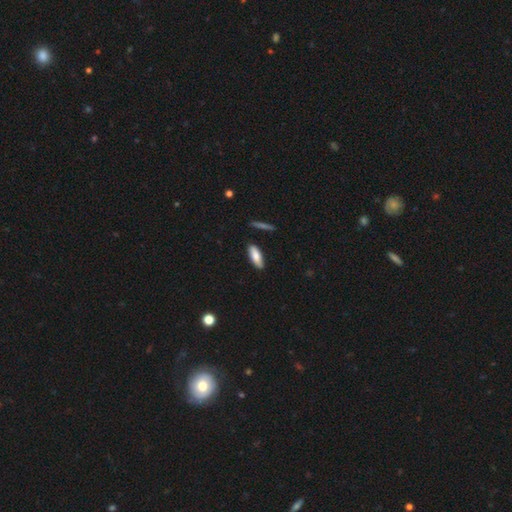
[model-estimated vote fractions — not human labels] smooth_or_featured: smooth (p=0.79) [alt: featured or disk p=0.15]
how_rounded: in between (p=0.68) [alt: cigar-shaped p=0.30]
merging: none (p=0.85) [alt: minor disturbance p=0.12]